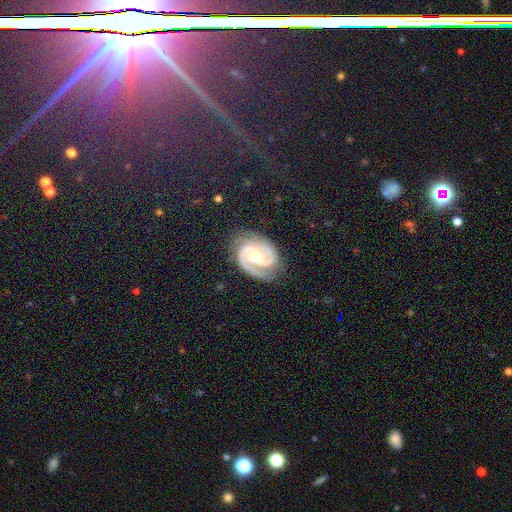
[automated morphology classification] This is clearly a featured or disk galaxy (89%). It is clearly not viewed edge-on (98%). Bar: possibly weak (47%). Spiral arm pattern: clearly yes (98%). Spiral arm count: clearly 2 (93%). Spiral winding: possibly tight (52%). Central bulge: possibly moderate (48%). Merging: clearly none (81%).